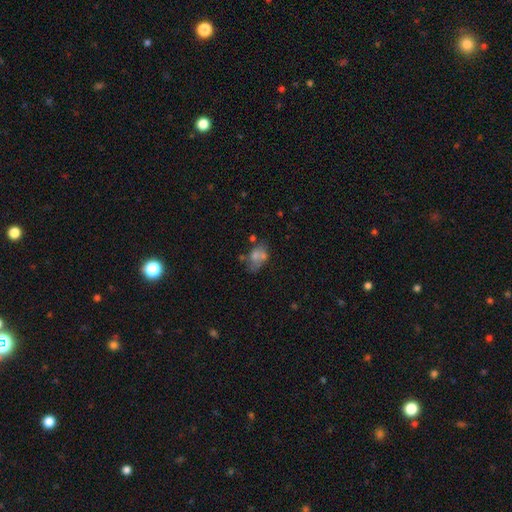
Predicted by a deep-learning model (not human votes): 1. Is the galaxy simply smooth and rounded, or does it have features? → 51% smooth, 32% featured or disk, 17% star or artifact.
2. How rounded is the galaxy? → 74% in between, 23% round, 2% cigar-shaped.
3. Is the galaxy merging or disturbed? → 36% none, 29% merger, 20% minor disturbance, 16% major disturbance.